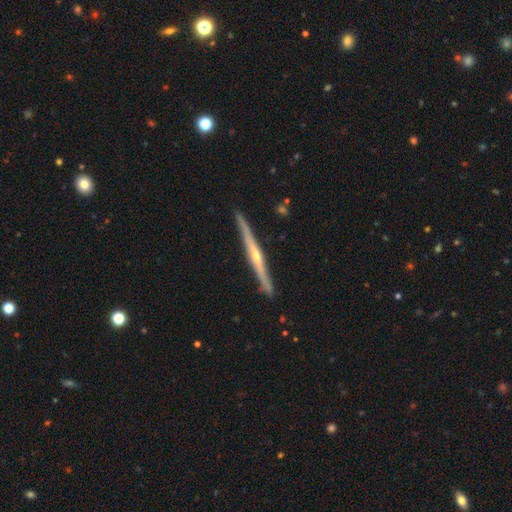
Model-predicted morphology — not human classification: type=featured or disk (77%); edge-on=yes (98%); edge-on bulge=rounded (73%); merging=none (90%).